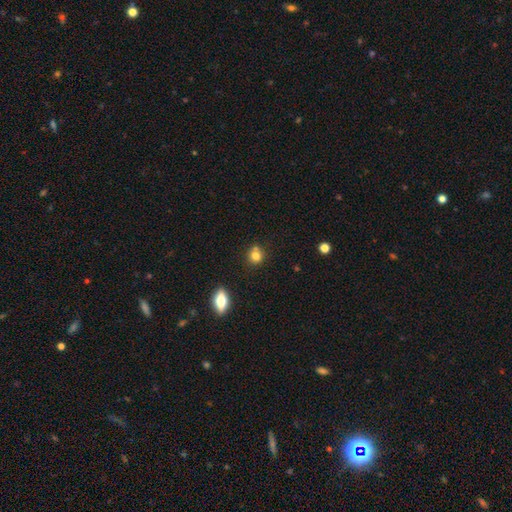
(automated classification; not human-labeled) This is likely a smooth galaxy (78%). How rounded: clearly round (80%). Merging: likely none (62%).